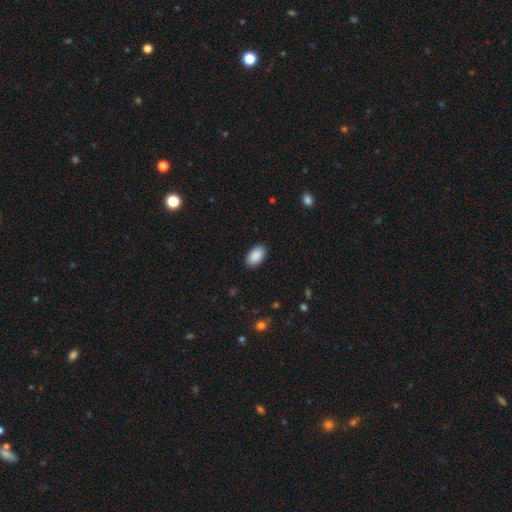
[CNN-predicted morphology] A smooth galaxy with no disk features (91%) that is in between round and cigar-shaped (95%).

Vote fractions:
- Smooth or featured? smooth: 91% / star or artifact: 6% / featured or disk: 3%
- How rounded? in between: 95% / round: 4% / cigar-shaped: 1%
- Merging? none: 90% / minor disturbance: 7% / major disturbance: 2% / merger: 1%